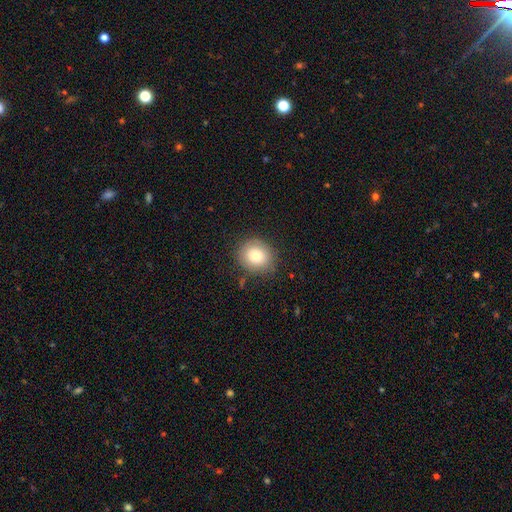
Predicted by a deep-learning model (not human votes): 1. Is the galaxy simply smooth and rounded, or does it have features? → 80% smooth, 11% featured or disk, 9% star or artifact.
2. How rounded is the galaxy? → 74% round, 25% in between, 1% cigar-shaped.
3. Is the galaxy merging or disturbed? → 80% none, 14% minor disturbance, 4% major disturbance, 2% merger.